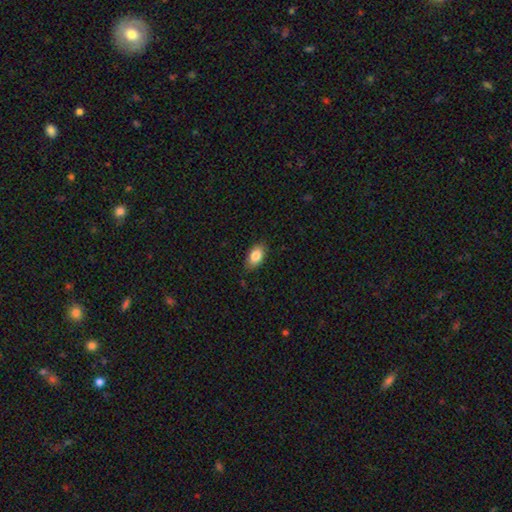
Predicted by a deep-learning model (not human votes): smooth 84%, featured or disk 8%, star or artifact 8%. Down the decision tree: how rounded — in between (91%); merging — none (83%).